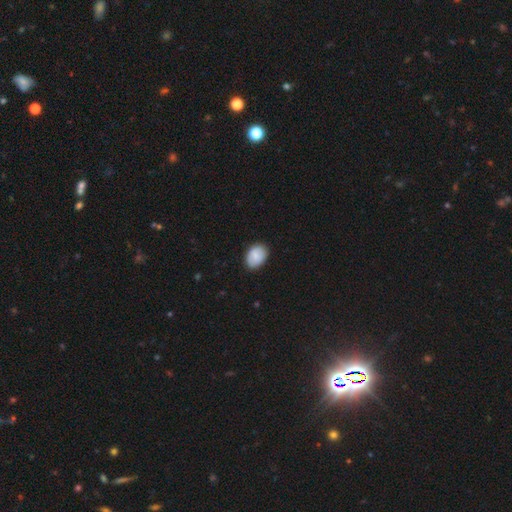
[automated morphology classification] smooth_or_featured: smooth (p=0.80) [alt: featured or disk p=0.13]
how_rounded: in between (p=0.79) [alt: round p=0.20]
merging: none (p=0.83) [alt: minor disturbance p=0.13]